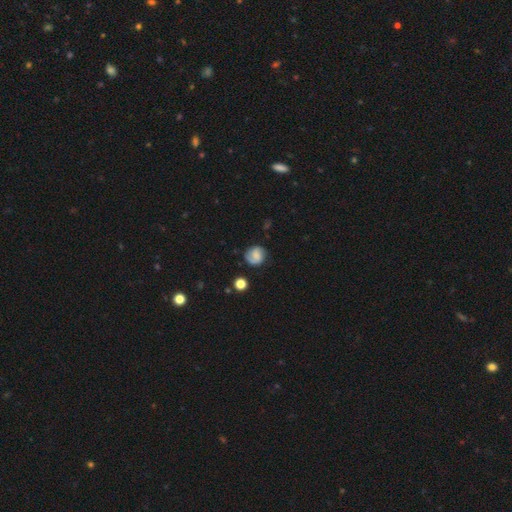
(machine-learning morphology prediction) Q: Smooth or featured?
A: smooth (55%); runner-up: featured or disk (36%)
Q: How rounded?
A: round (81%); runner-up: in between (18%)
Q: Merging?
A: none (71%); runner-up: minor disturbance (19%)